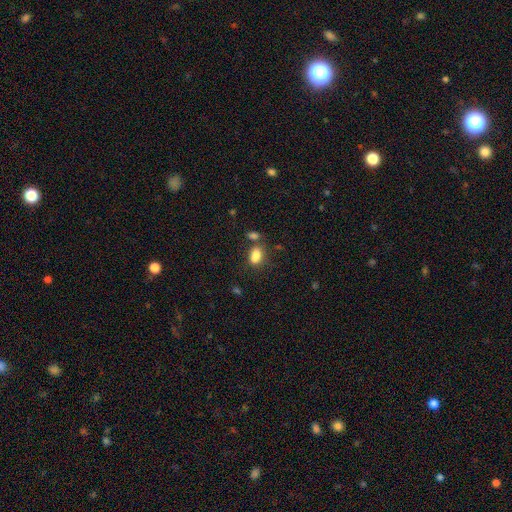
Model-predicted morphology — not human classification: type=smooth (83%); roundness=in between (84%); merging=none (56%).